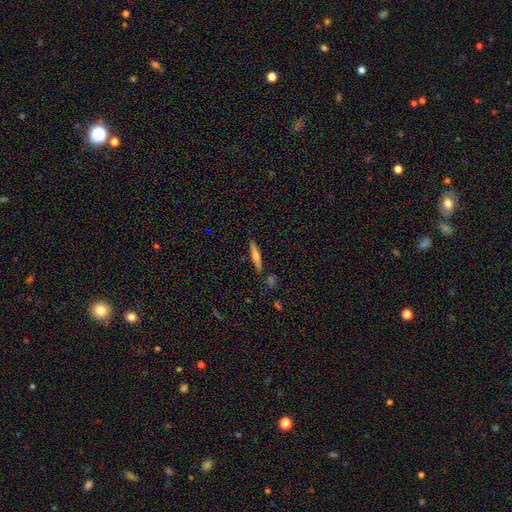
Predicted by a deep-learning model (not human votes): Smooth or featured?
  - featured or disk: 49% *
  - smooth: 43%
  - star or artifact: 8%
Merging?
  - none: 85% *
  - minor disturbance: 10%
  - merger: 4%
  - major disturbance: 2%